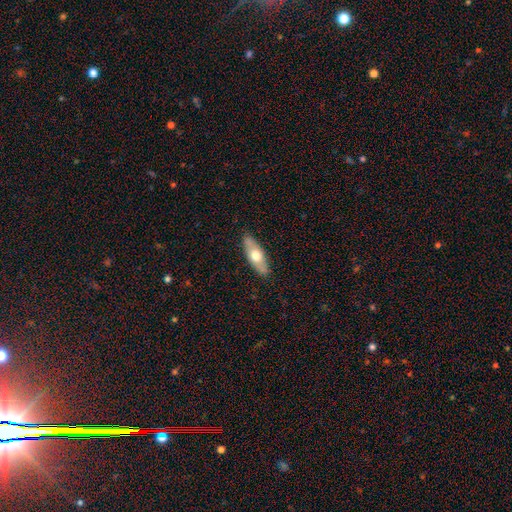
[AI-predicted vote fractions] Morphology: type=smooth (57%); roundness=in between (67%); merging=none (88%).